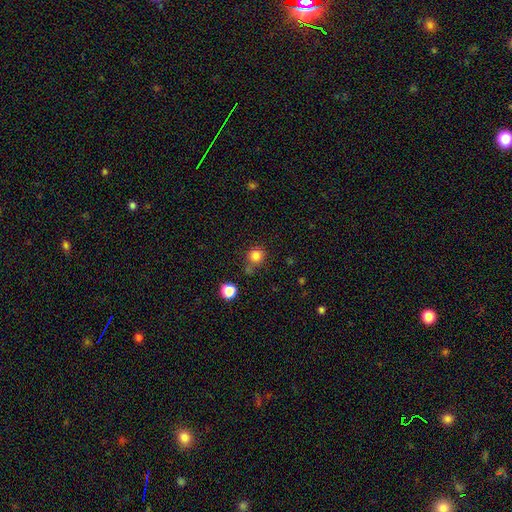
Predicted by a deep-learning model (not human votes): The model was most divided on "merging": none: 72%, merger: 13%, minor disturbance: 12%, major disturbance: 4%. More confident: how rounded — round (91%); smooth or featured — smooth (82%).